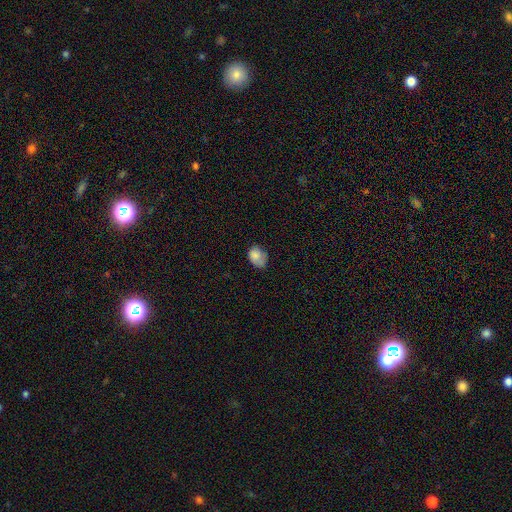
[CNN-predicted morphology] smooth 79%, featured or disk 12%, star or artifact 9%. Down the decision tree: how rounded — in between (71%); merging — none (48%).